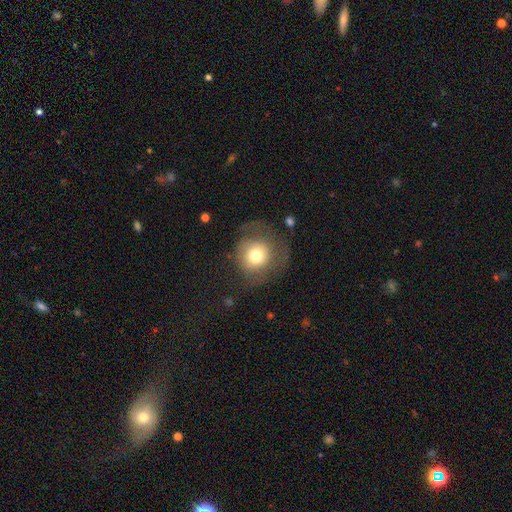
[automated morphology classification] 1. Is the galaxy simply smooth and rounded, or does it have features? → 68% smooth, 22% featured or disk, 9% star or artifact.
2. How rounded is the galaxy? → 87% round, 12% in between, 1% cigar-shaped.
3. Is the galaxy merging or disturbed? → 53% none, 24% major disturbance, 21% minor disturbance, 2% merger.